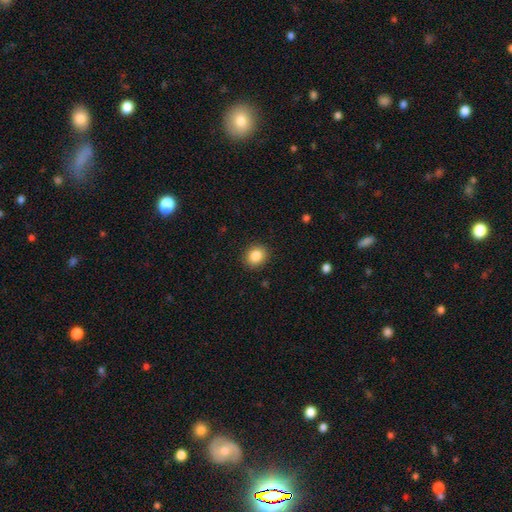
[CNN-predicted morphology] type=smooth (86%); roundness=round (70%); merging=none (89%).